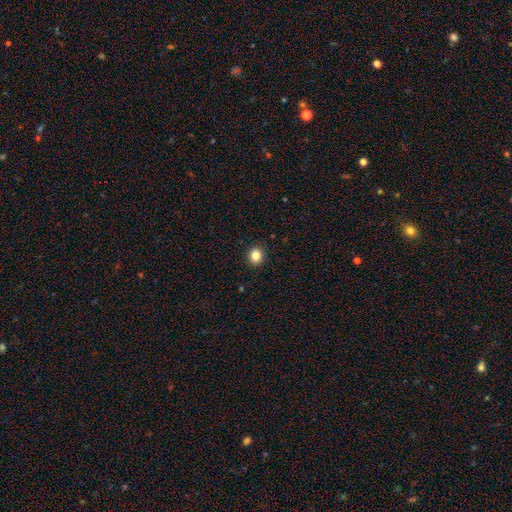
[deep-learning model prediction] Smooth or featured? smooth (84%)
How rounded? round (84%)
Merging? none (92%)